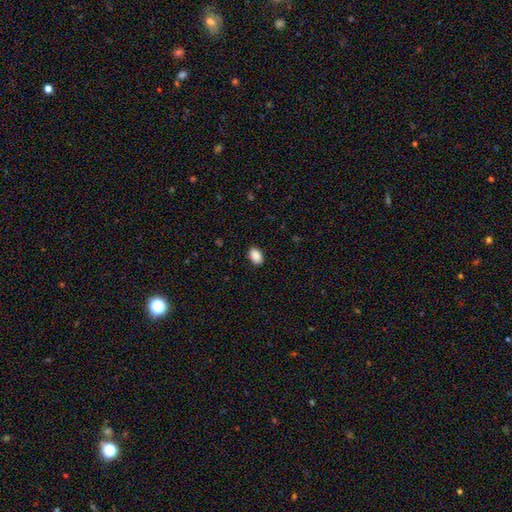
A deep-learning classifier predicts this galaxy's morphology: This appears to be a smooth galaxy with no disk features (90%) that is in between round and cigar-shaped (85%). Merging: none (89%).